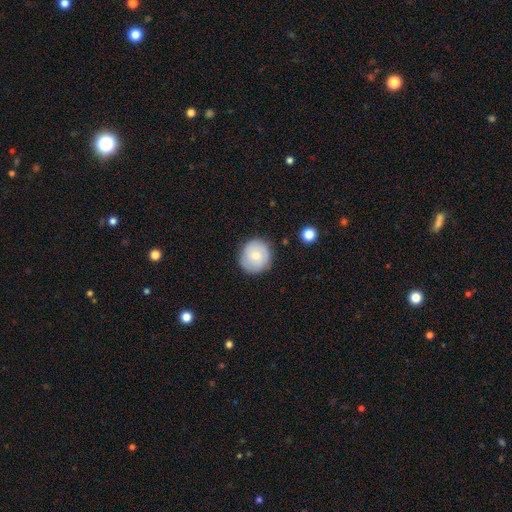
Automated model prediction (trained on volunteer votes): This is likely a smooth galaxy (68%). How rounded: clearly round (88%). Merging: clearly none (85%).